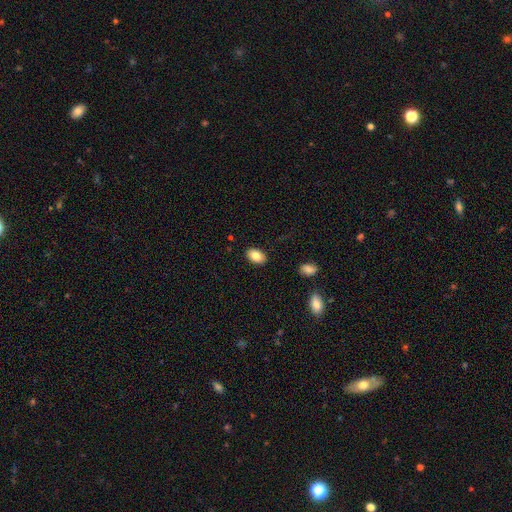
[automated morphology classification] A smooth galaxy with no disk features (82%) that is in between round and cigar-shaped (91%). Merging: none (88%).